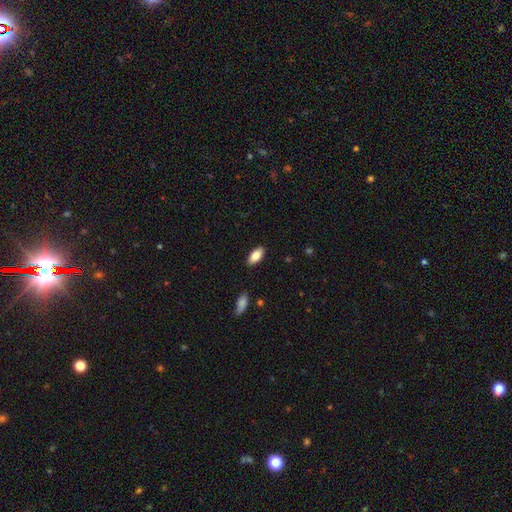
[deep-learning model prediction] Smooth or featured? Predicted: smooth (p=0.83). How rounded? Predicted: in between (p=0.89). Merging? Predicted: none (p=0.88).